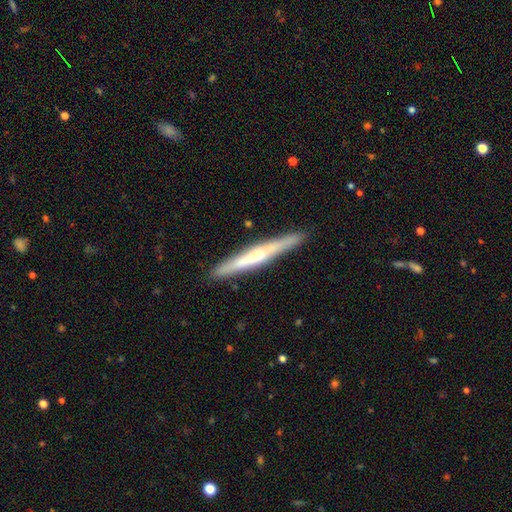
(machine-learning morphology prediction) type=featured or disk (57%); edge-on=yes (96%); edge-on bulge=rounded (52%); merging=none (89%).